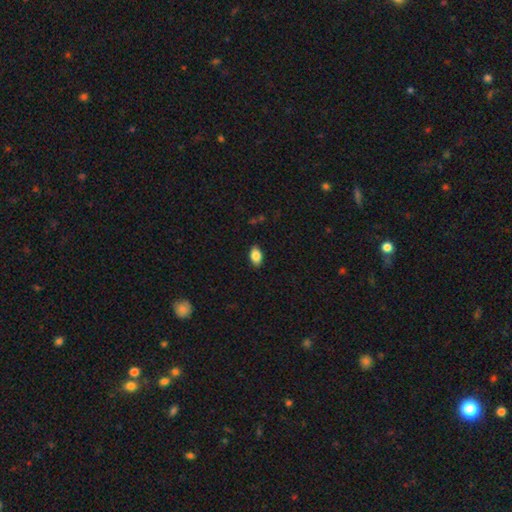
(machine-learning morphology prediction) Smooth or featured: smooth — 86% (star or artifact — 8%)
How rounded: in between — 90% (round — 8%)
Merging: none — 88% (minor disturbance — 9%)